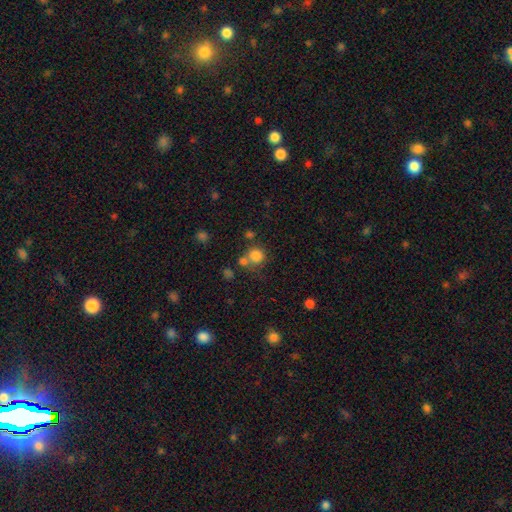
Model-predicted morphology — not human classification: Overall: smooth (80%). How rounded: round (89%). Merging: none (58%; merger 26%).